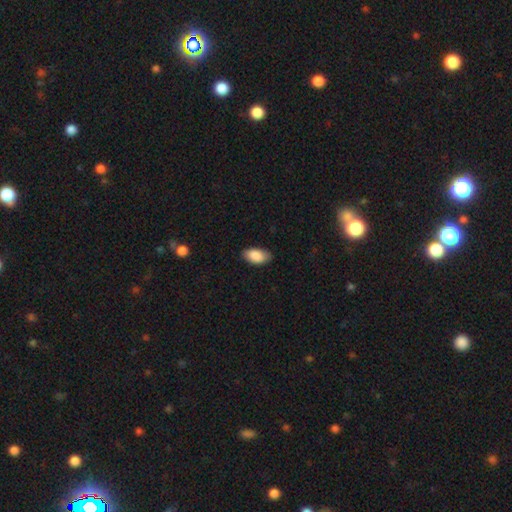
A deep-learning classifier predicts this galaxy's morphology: Smooth or featured? Predicted: smooth (p=0.88). How rounded? Predicted: in between (p=0.95). Merging? Predicted: none (p=0.83).